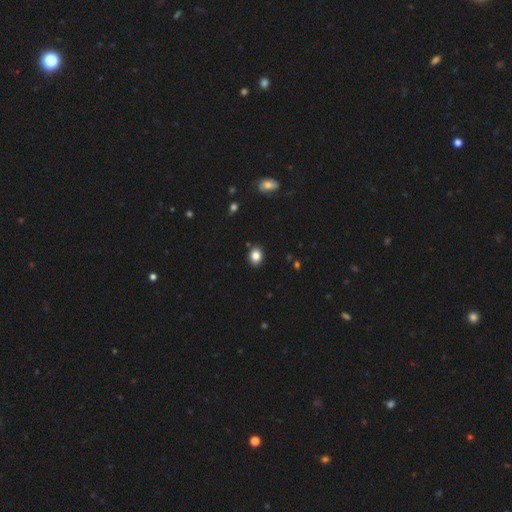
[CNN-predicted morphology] Smooth or featured?
  - smooth: 84% *
  - star or artifact: 10%
  - featured or disk: 6%
How rounded?
  - in between: 59% *
  - round: 40%
  - cigar-shaped: 1%
Merging?
  - none: 87% *
  - minor disturbance: 9%
  - major disturbance: 2%
  - merger: 1%